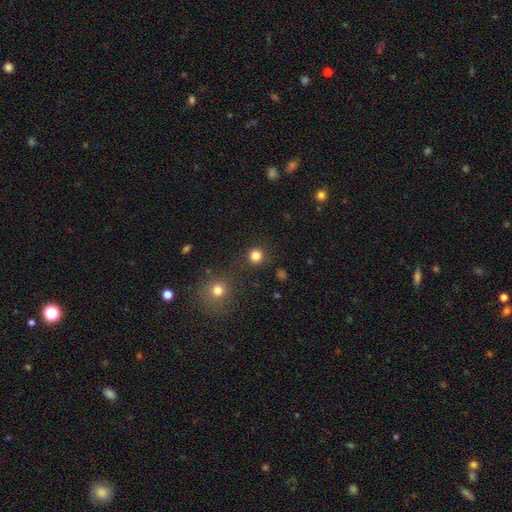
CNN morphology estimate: Smooth or featured?
  - smooth: 82% *
  - star or artifact: 14%
  - featured or disk: 4%
How rounded?
  - round: 94% *
  - in between: 5%
  - cigar-shaped: 1%
Merging?
  - none: 87% *
  - minor disturbance: 6%
  - merger: 4%
  - major disturbance: 3%